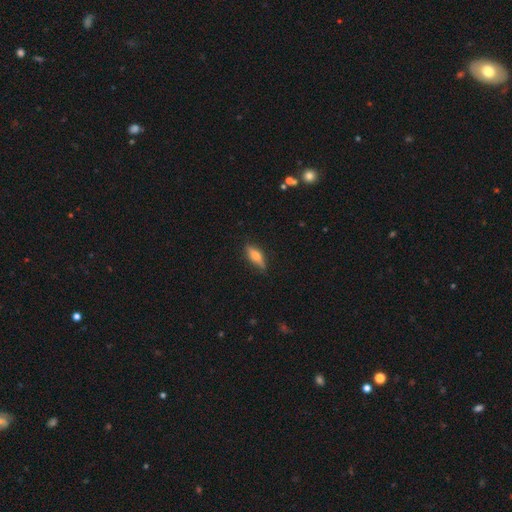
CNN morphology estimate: A smooth galaxy with no disk features (53%) that is in between round and cigar-shaped (50%).

Vote fractions:
- Smooth or featured? smooth: 53% / featured or disk: 40% / star or artifact: 7%
- How rounded? in between: 50% / cigar-shaped: 47% / round: 3%
- Merging? none: 81% / minor disturbance: 15% / major disturbance: 3% / merger: 1%